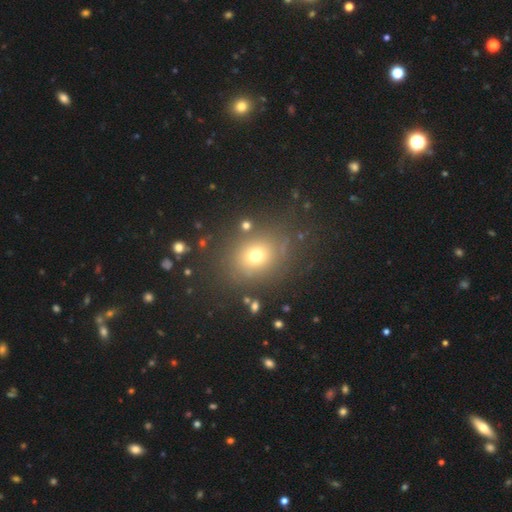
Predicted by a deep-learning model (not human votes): Overall: smooth (68%). How rounded: round (59%; in between 40%). Merging: none (80%).